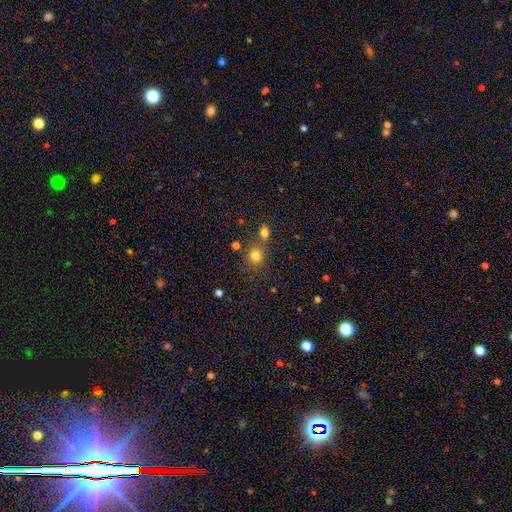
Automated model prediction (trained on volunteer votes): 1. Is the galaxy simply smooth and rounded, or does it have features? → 79% smooth, 14% star or artifact, 7% featured or disk.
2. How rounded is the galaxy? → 83% round, 16% in between, 1% cigar-shaped.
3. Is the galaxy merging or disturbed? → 61% none, 25% merger, 10% minor disturbance, 4% major disturbance.